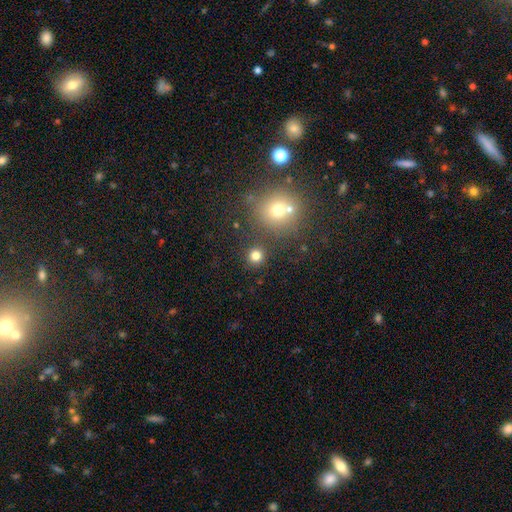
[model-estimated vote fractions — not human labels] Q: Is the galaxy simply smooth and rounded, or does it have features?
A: smooth — 78%.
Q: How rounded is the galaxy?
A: round — 93%.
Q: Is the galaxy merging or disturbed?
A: none — 83%.